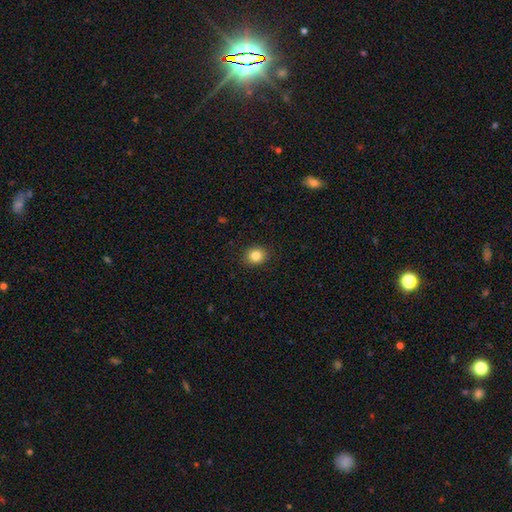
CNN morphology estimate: This appears to be a smooth galaxy with no disk features (84%) that is round (72%). Merging: none (90%).